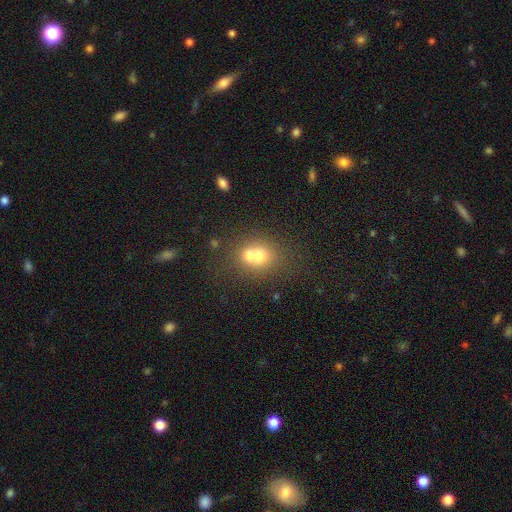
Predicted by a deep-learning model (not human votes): A smooth galaxy with no disk features (66%) that is round (67%). Merging: merger (58%).